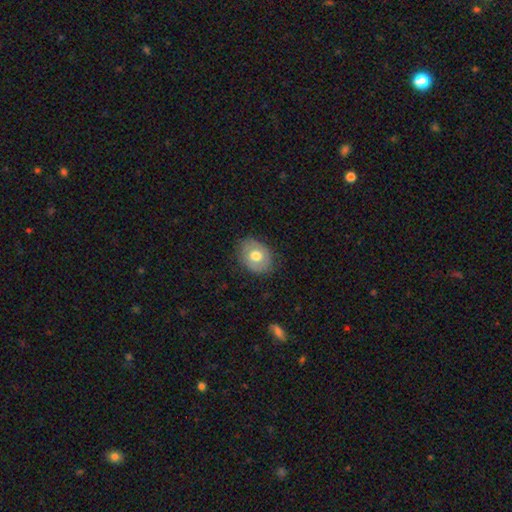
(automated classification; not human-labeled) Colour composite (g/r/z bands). It shows a smooth galaxy with no disk features (63%) that is in between round and cigar-shaped (60%). Merging: none (80%).